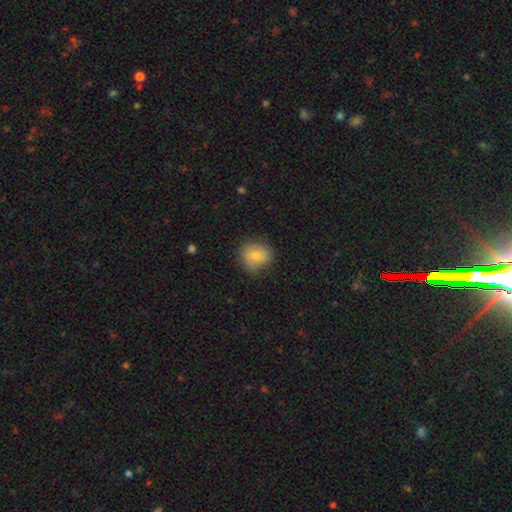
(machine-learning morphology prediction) This appears to be a smooth galaxy with no disk features (75%) that is round (79%). Merging: none (76%).